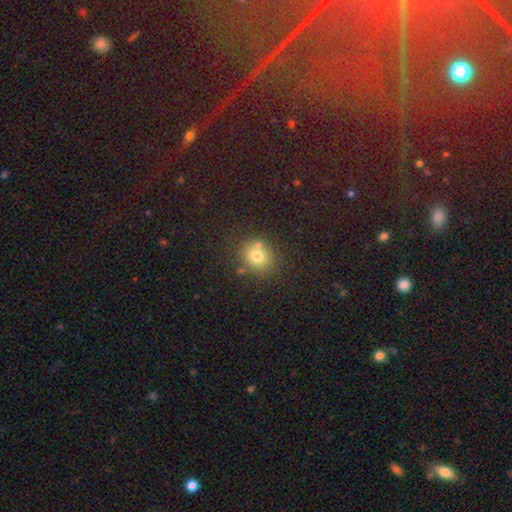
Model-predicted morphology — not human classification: type=smooth (73%); roundness=round (77%); merging=none (70%).